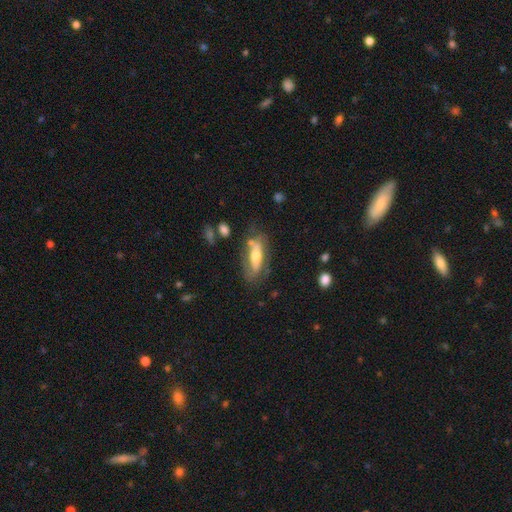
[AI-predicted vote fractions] A featured or disk galaxy (54%). Merging: none (60%).